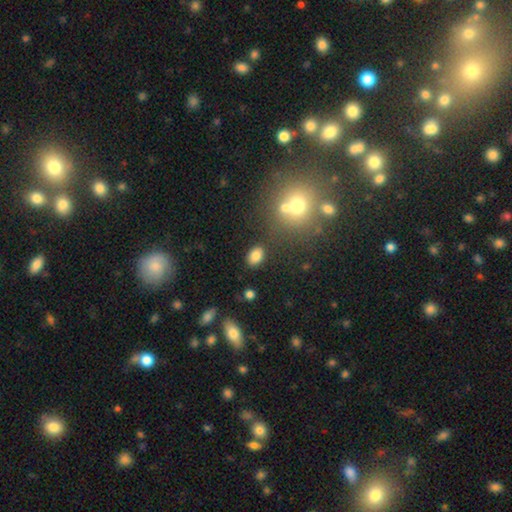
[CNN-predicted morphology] type=smooth (84%); roundness=in between (83%); merging=none (83%).